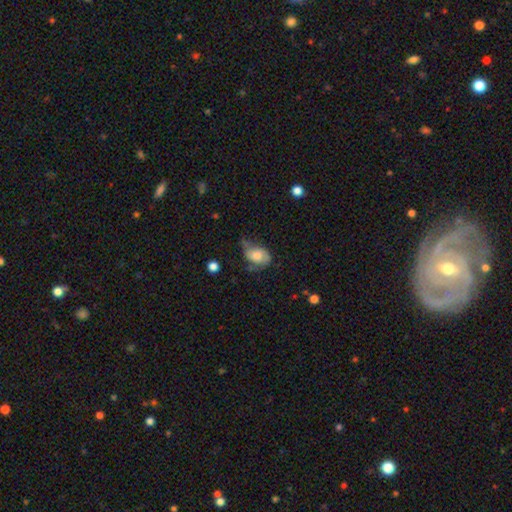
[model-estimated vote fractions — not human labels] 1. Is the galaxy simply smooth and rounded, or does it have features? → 61% smooth, 31% featured or disk, 8% star or artifact.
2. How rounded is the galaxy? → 79% in between, 19% round, 1% cigar-shaped.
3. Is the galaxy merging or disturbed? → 39% minor disturbance, 37% none, 21% major disturbance, 4% merger.